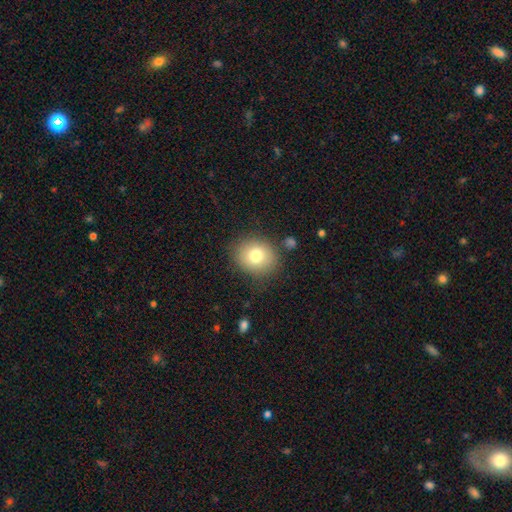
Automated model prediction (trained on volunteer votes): Smooth or featured? smooth (77%)
How rounded? round (68%)
Merging? none (81%)